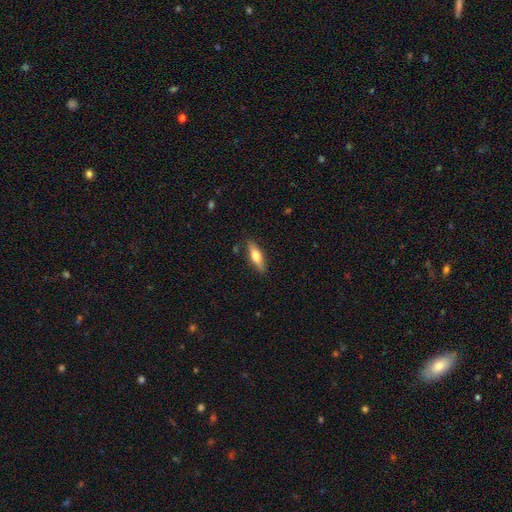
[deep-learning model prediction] A smooth galaxy with no disk features (61%) that is cigar-shaped (52%). Merging: none (85%).